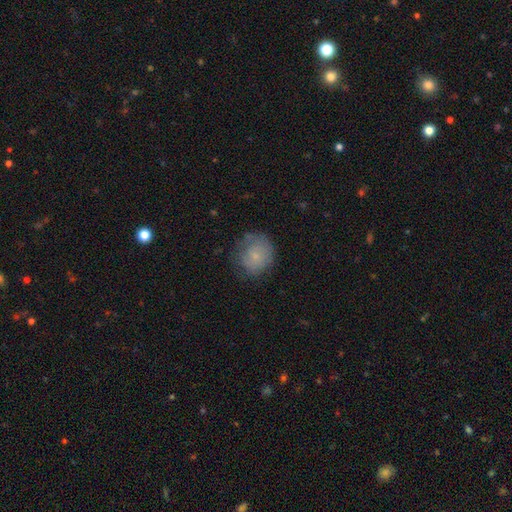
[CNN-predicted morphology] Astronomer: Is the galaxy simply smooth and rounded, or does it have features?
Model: smooth — 71%.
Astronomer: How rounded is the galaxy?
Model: round — 80%.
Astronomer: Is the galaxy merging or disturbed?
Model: none — 64%.